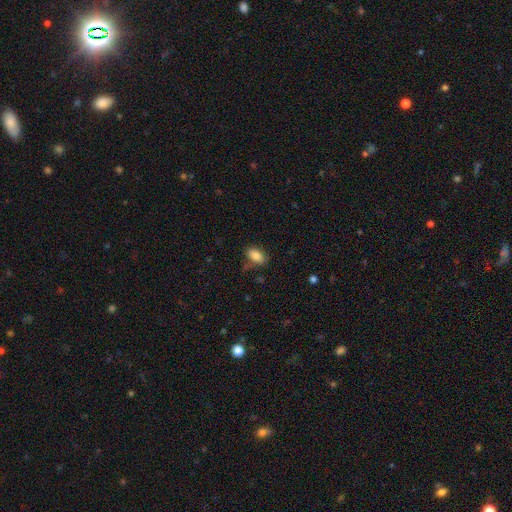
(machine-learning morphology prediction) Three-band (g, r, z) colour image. It shows a smooth galaxy with no disk features (85%) that is in between round and cigar-shaped (91%). Merging: none (75%).